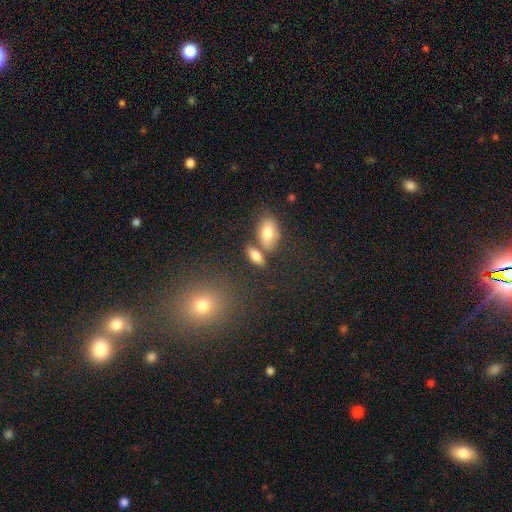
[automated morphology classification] A smooth galaxy with no disk features (77%) that is in between round and cigar-shaped (78%).

Vote fractions:
- Smooth or featured? smooth: 77% / featured or disk: 14% / star or artifact: 10%
- How rounded? in between: 78% / cigar-shaped: 13% / round: 9%
- Merging? none: 63% / merger: 20% / minor disturbance: 12% / major disturbance: 5%